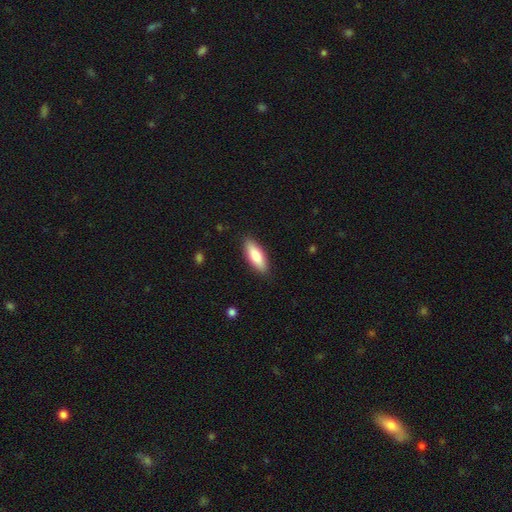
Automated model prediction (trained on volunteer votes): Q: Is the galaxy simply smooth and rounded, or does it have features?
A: smooth — 79%.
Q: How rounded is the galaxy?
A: in between — 65%.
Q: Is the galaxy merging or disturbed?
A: none — 88%.